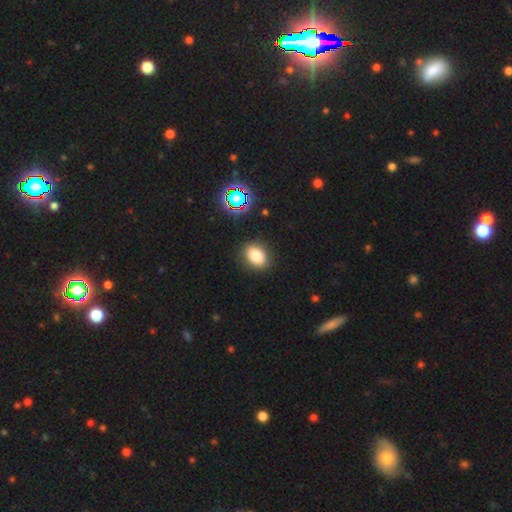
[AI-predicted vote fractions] This is clearly a smooth galaxy (80%). How rounded: likely in between (66%). Merging: clearly none (87%).